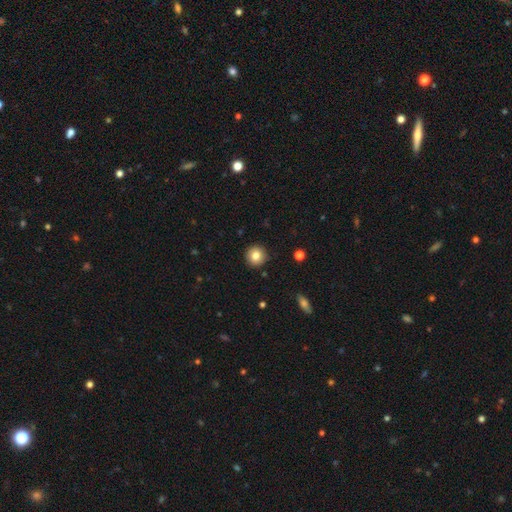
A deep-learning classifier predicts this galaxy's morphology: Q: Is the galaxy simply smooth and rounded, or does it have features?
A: smooth — 83%.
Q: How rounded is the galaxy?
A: round — 95%.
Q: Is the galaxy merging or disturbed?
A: none — 91%.